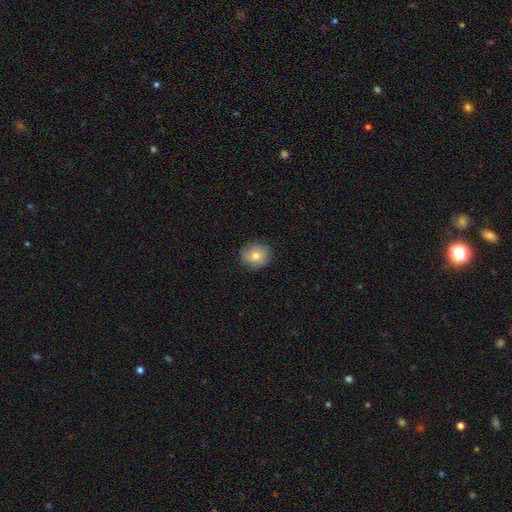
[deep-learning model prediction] This appears to be a smooth galaxy with no disk features (76%) that is round (72%). Merging: none (84%).